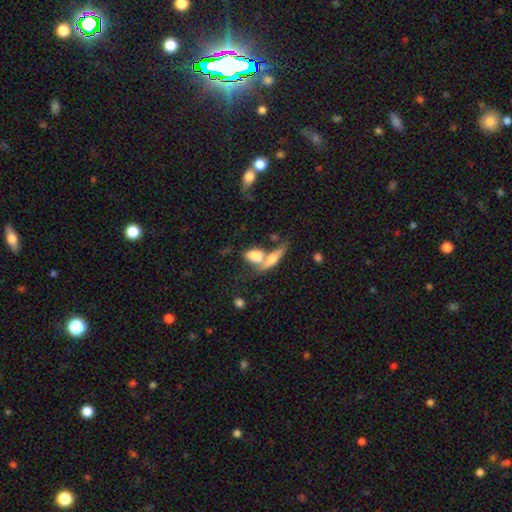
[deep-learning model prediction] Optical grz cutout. It shows a smooth galaxy with no disk features (69%) that is in between round and cigar-shaped (75%). Merging: merger (53%).